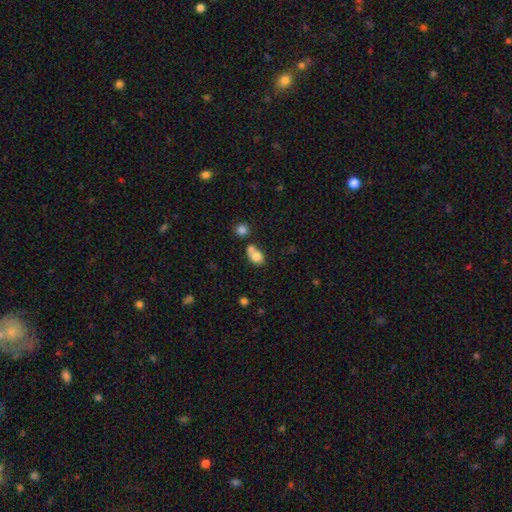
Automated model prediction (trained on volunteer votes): The model was most divided on "how rounded": in between: 58%, round: 41%, cigar-shaped: 2%. More confident: smooth or featured — smooth (78%); merging — merger (51%).